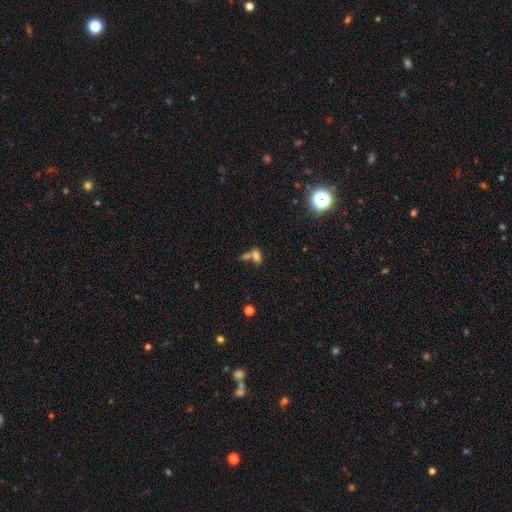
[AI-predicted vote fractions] smooth 72%, star or artifact 15%, featured or disk 13%. Down the decision tree: how rounded — in between (81%); merging — merger (50%).